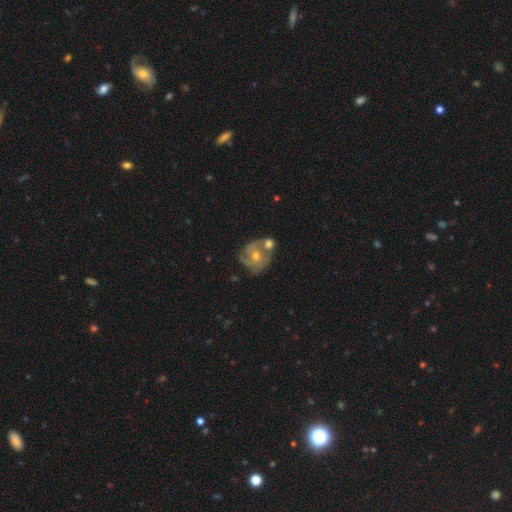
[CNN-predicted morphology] Smooth or featured? featured or disk (71%)
Edge-on disk? no (97%)
Bar? no (75%)
Spiral arms? yes (84%)
Spiral winding? tight (48%)
Spiral arm count? 3 (31%)
Bulge size? moderate (55%)
Merging? none (53%)